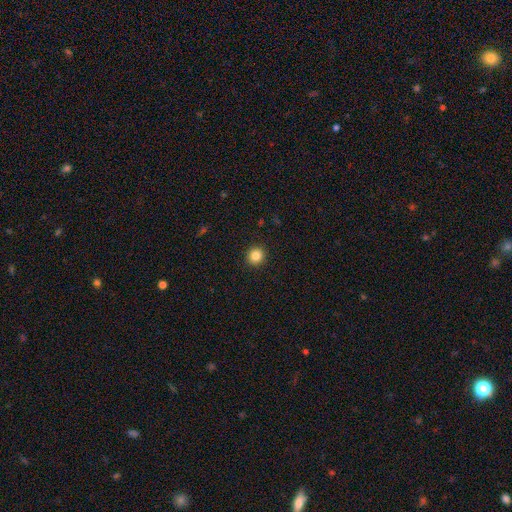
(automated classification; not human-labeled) Q: Smooth or featured?
A: smooth (85%); runner-up: star or artifact (11%)
Q: How rounded?
A: round (92%); runner-up: in between (7%)
Q: Merging?
A: none (93%); runner-up: minor disturbance (5%)